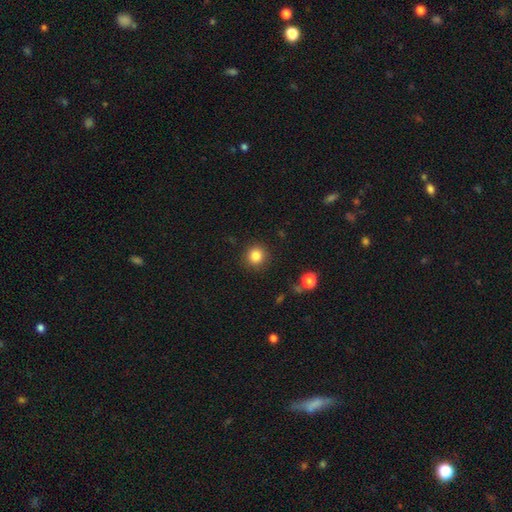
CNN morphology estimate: The model was most divided on "smooth or featured": smooth: 84%, star or artifact: 11%, featured or disk: 5%. More confident: how rounded — round (93%); merging — none (89%).